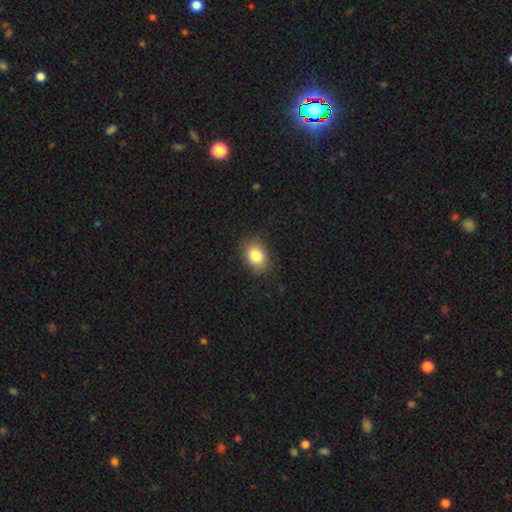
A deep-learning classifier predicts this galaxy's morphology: Smooth or featured? Predicted: smooth (p=0.83). How rounded? Predicted: in between (p=0.76). Merging? Predicted: none (p=0.86).